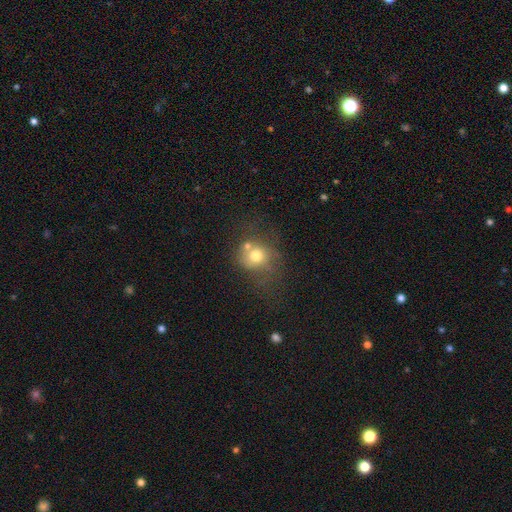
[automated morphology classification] Smooth or featured? Predicted: smooth (p=0.69). How rounded? Predicted: round (p=0.76). Merging? Predicted: none (p=0.45).